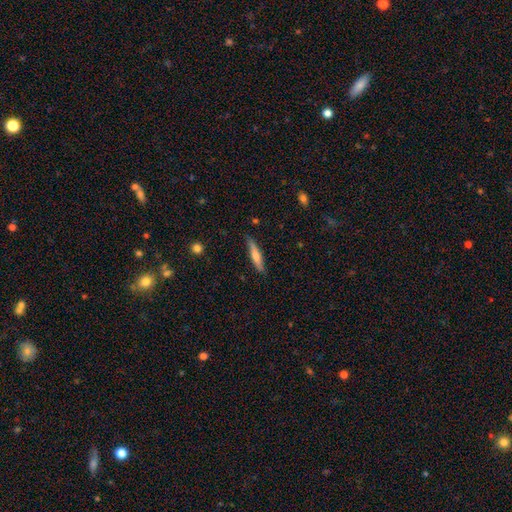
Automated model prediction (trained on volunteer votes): Morphology: type=smooth (52%); roundness=cigar-shaped (91%); merging=none (87%).